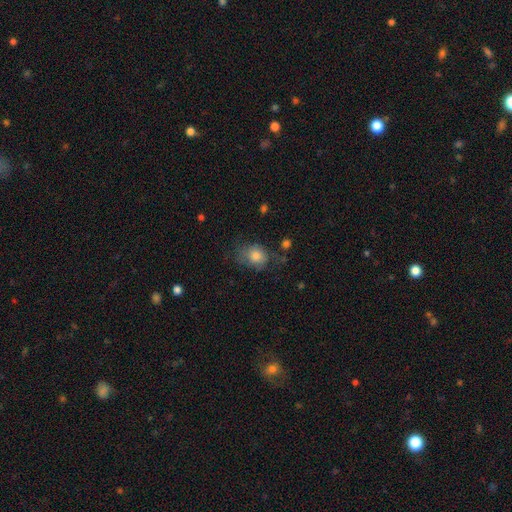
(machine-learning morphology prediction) This is likely a smooth galaxy (74%). How rounded: possibly round (57%). Merging: possibly none (54%).